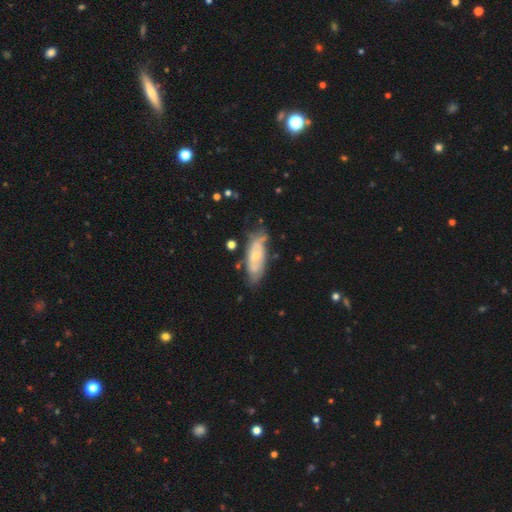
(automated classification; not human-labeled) A featured or disk galaxy (62%) with no bar (64%), spiral arms (75%) and a small central bulge (55%).

Vote fractions:
- Smooth or featured? featured or disk: 62% / smooth: 32% / star or artifact: 6%
- Edge-on disk? no: 85% / yes: 15%
- Bar? no: 64% / weak: 30% / strong: 6%
- Spiral arms? yes: 75% / no: 25%
- Bulge size? small: 55% / moderate: 35% / none: 6% / large: 3% / dominant: 1%
- Merging? none: 62% / minor disturbance: 25% / major disturbance: 9% / merger: 4%